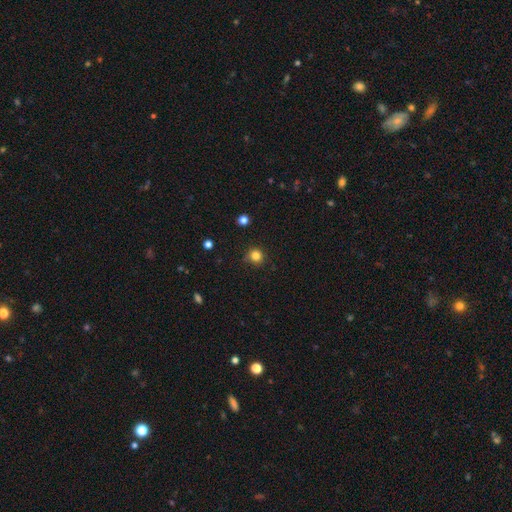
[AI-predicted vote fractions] This is clearly a smooth galaxy (83%). How rounded: clearly round (92%). Merging: clearly none (85%).